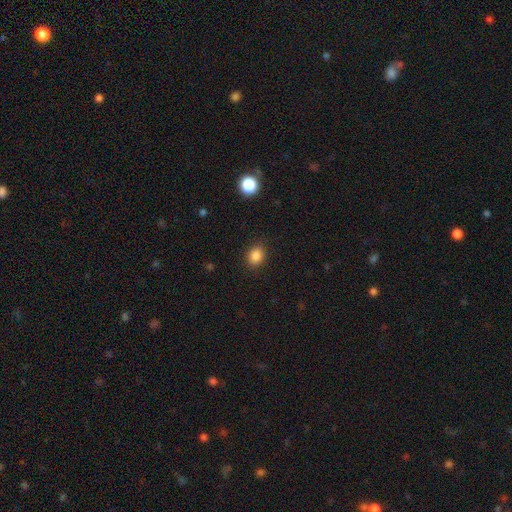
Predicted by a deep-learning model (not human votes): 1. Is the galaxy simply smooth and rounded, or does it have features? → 86% smooth, 10% star or artifact, 4% featured or disk.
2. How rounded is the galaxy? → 51% round, 48% in between, 1% cigar-shaped.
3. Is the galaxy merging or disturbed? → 87% none, 9% minor disturbance, 3% major disturbance, 1% merger.